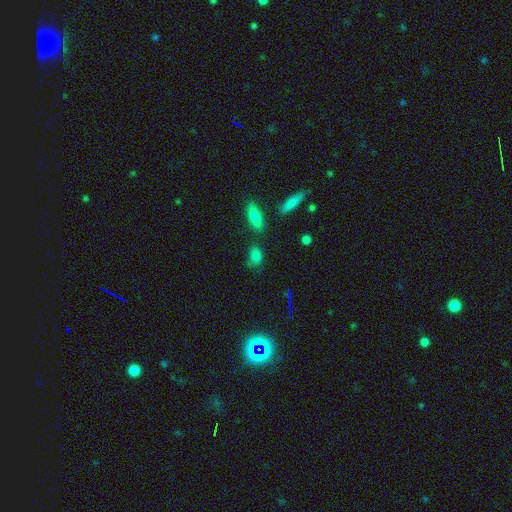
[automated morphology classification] Smooth or featured? smooth (79%)
How rounded? in between (72%)
Merging? none (66%)